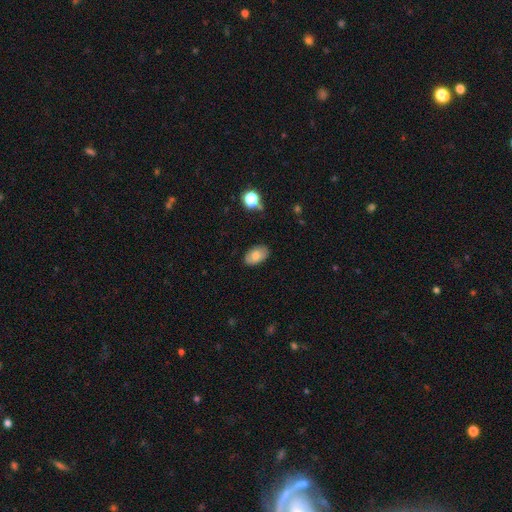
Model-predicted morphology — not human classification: smooth 76%, featured or disk 16%, star or artifact 8%. Down the decision tree: how rounded — in between (92%); merging — none (83%).